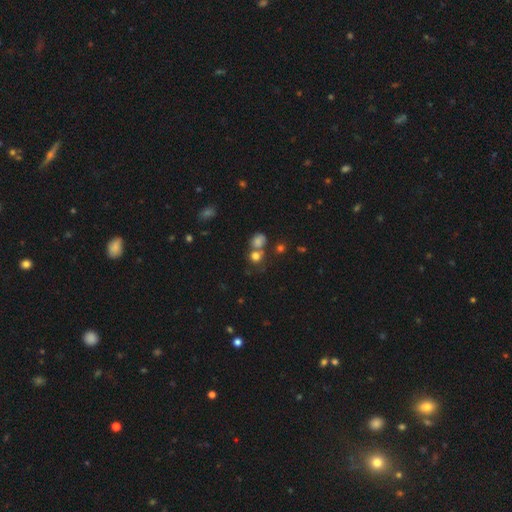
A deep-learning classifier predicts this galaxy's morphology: smooth_or_featured: smooth (p=0.73) [alt: star or artifact p=0.17]
how_rounded: round (p=0.85) [alt: in between p=0.14]
merging: none (p=0.53) [alt: merger p=0.33]